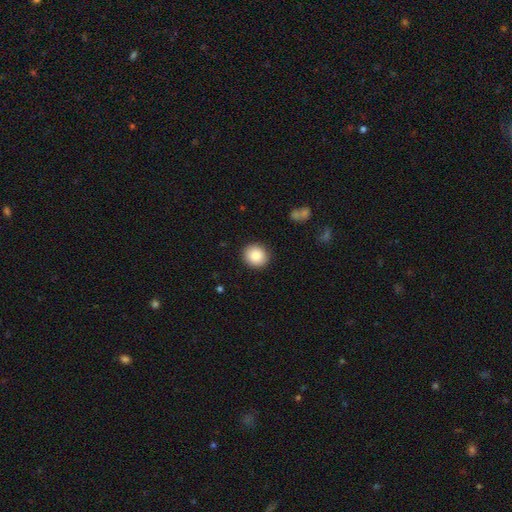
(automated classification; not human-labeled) smooth 87%, star or artifact 8%, featured or disk 5%. Down the decision tree: how rounded — round (86%); merging — none (91%).